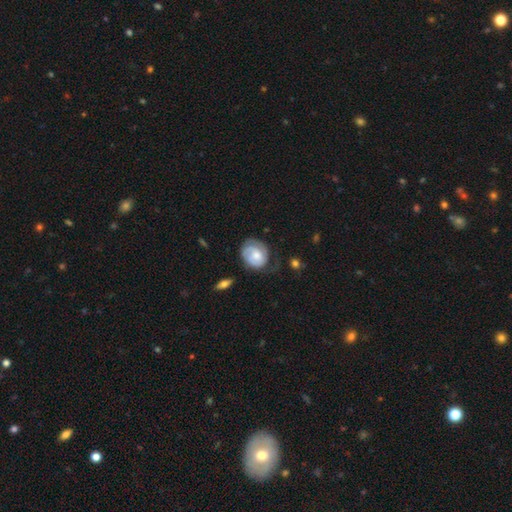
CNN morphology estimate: smooth-or-featured: featured or disk: 56% | smooth: 38% | star or artifact: 6%
  disk-edge-on: no: 97% | yes: 3%
    bar: no: 68% | weak: 27% | strong: 4%
    has-spiral-arms: yes: 85% | no: 15%
    bulge-size: moderate: 50% | small: 29% | large: 13% | none: 6% | dominant: 2%
  merging: none: 57% | minor disturbance: 27% | major disturbance: 14% | merger: 2%